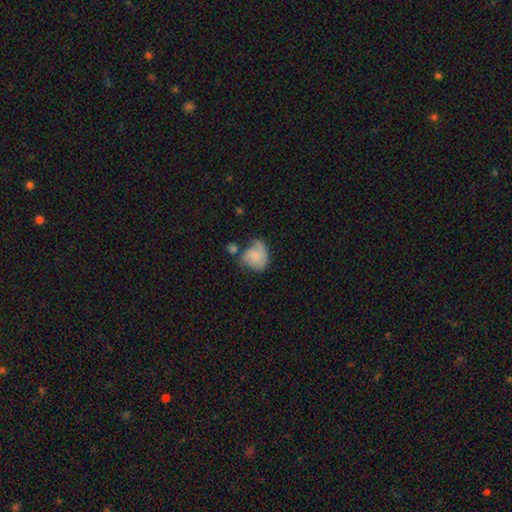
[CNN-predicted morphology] smooth-or-featured: smooth: 52% | featured or disk: 39% | star or artifact: 9%
  how-rounded: round: 56% | in between: 43% | cigar-shaped: 1%
  merging: none: 34% | minor disturbance: 29% | major disturbance: 24% | merger: 13%